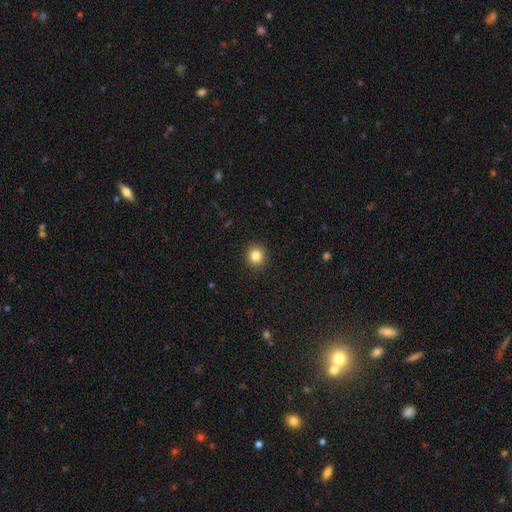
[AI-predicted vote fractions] Smooth or featured?
  - smooth: 83% *
  - star or artifact: 11%
  - featured or disk: 5%
How rounded?
  - round: 90% *
  - in between: 9%
  - cigar-shaped: 1%
Merging?
  - none: 92% *
  - minor disturbance: 5%
  - major disturbance: 2%
  - merger: 1%